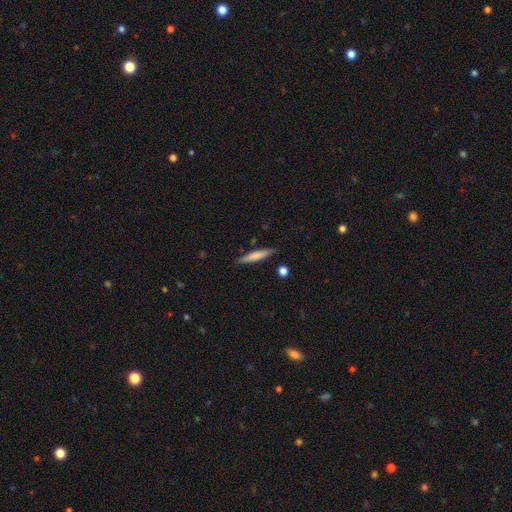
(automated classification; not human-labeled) Q: Smooth or featured?
A: smooth (68%); runner-up: featured or disk (26%)
Q: How rounded?
A: cigar-shaped (90%); runner-up: in between (9%)
Q: Merging?
A: none (86%); runner-up: minor disturbance (10%)